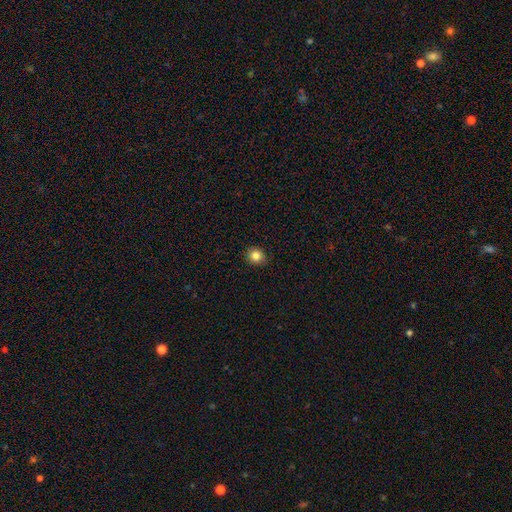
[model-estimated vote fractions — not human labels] This is clearly a smooth galaxy (84%). How rounded: clearly round (82%). Merging: clearly none (91%).